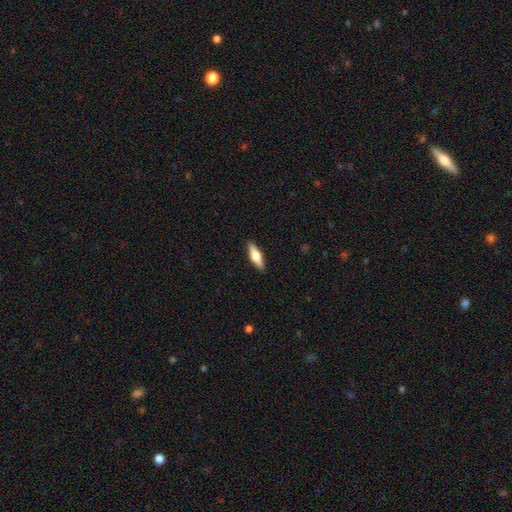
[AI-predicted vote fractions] smooth_or_featured: smooth (p=0.51) [alt: featured or disk p=0.44]
how_rounded: cigar-shaped (p=0.57) [alt: in between p=0.40]
merging: none (p=0.90) [alt: minor disturbance p=0.07]